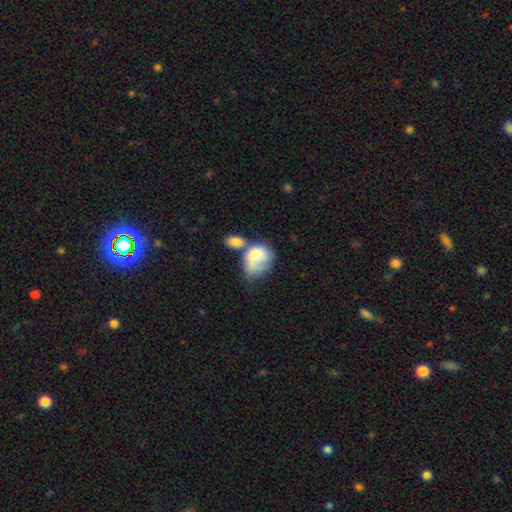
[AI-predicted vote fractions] smooth-or-featured: smooth: 71% | featured or disk: 22% | star or artifact: 7%
  how-rounded: in between: 70% | round: 29% | cigar-shaped: 1%
  merging: merger: 46% | major disturbance: 20% | none: 17% | minor disturbance: 17%